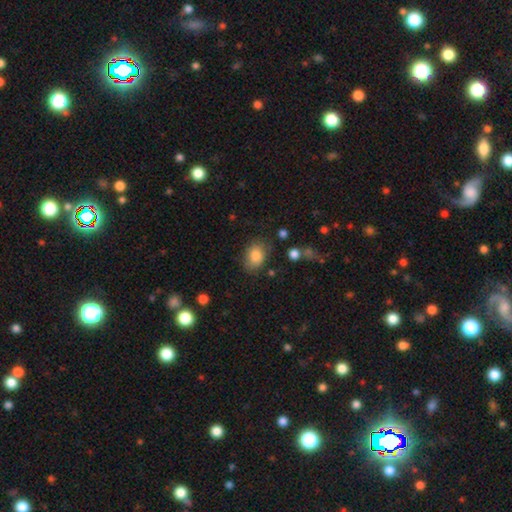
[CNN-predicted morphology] smooth_or_featured: smooth (p=0.84) [alt: featured or disk p=0.08]
how_rounded: in between (p=0.72) [alt: round p=0.27]
merging: none (p=0.73) [alt: minor disturbance p=0.18]